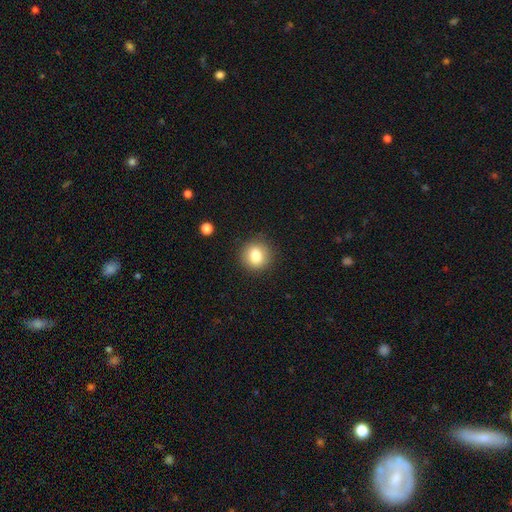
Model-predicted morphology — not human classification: smooth 81%, star or artifact 10%, featured or disk 9%. Down the decision tree: how rounded — round (89%); merging — none (89%).